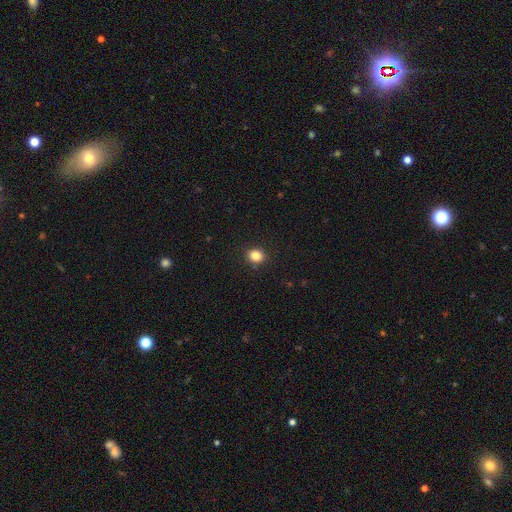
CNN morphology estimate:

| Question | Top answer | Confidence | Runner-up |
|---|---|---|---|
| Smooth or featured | smooth | 85% | star or artifact (11%) |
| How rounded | round | 74% | in between (25%) |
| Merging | none | 90% | minor disturbance (7%) |